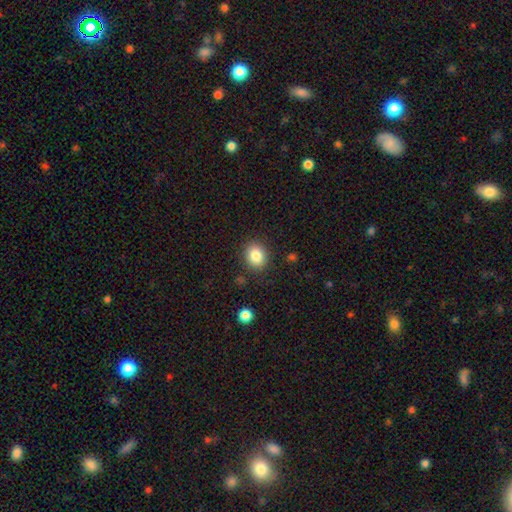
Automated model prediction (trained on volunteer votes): A smooth galaxy with no disk features (84%) that is round (58%). Merging: none (86%).